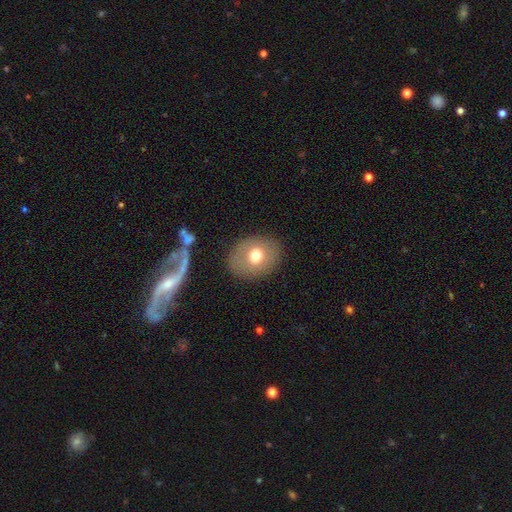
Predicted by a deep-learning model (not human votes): Overall: smooth (69%). How rounded: in between (53%; round 46%). Merging: none (84%).